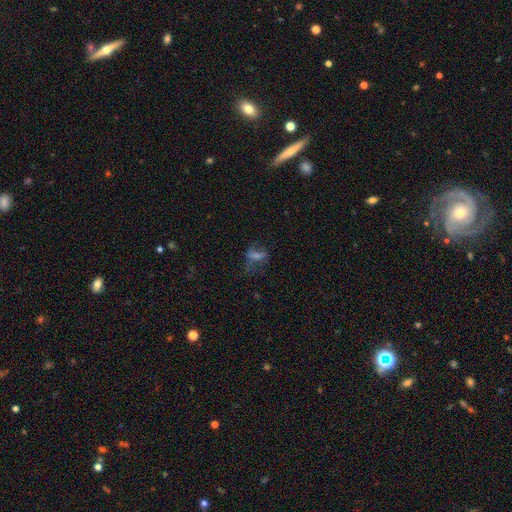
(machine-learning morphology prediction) type=smooth (36%); merging=none (51%).